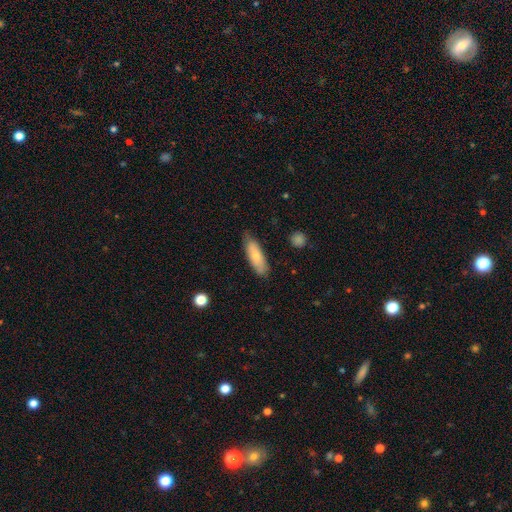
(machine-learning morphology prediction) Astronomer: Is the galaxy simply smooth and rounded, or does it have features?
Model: smooth — 73%.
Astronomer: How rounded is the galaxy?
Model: in between — 55% (runner-up: cigar-shaped, 44%).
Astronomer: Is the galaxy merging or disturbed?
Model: none — 76%.